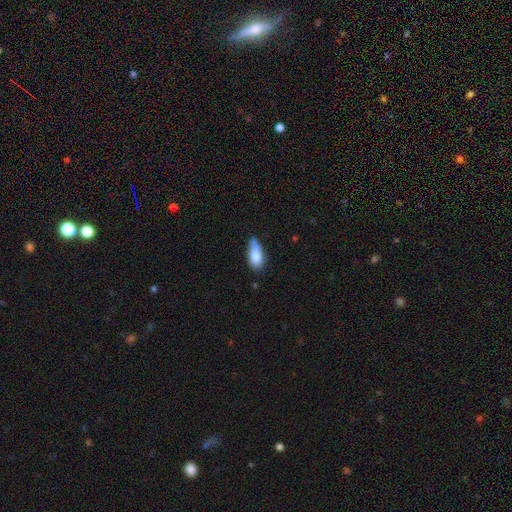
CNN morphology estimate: A smooth galaxy with no disk features (79%) that is in between round and cigar-shaped (85%). Merging: minor disturbance (42%).